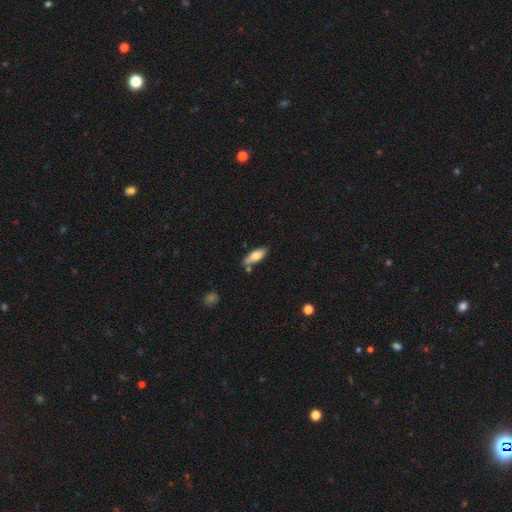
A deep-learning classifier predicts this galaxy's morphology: Overall: smooth (74%). How rounded: in between (68%; cigar-shaped 30%). Merging: none (71%).